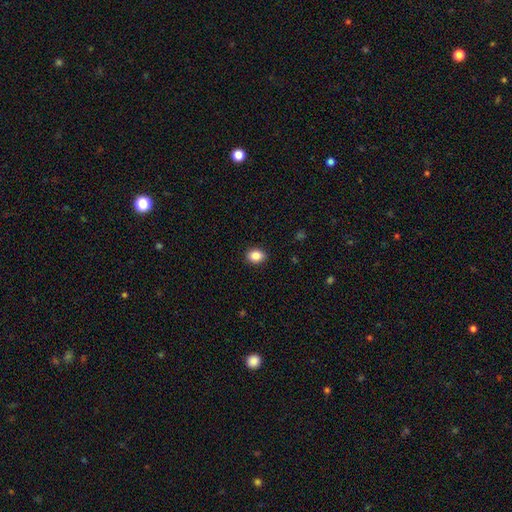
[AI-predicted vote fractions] smooth-or-featured: smooth: 87% | star or artifact: 9% | featured or disk: 4%
  how-rounded: in between: 60% | round: 39% | cigar-shaped: 1%
  merging: none: 90% | minor disturbance: 7% | major disturbance: 2% | merger: 1%